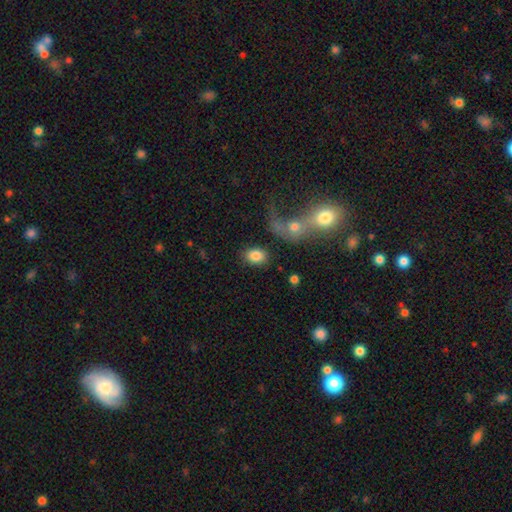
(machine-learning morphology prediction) A smooth galaxy with no disk features (83%) that is in between round and cigar-shaped (71%).

Vote fractions:
- Smooth or featured? smooth: 83% / featured or disk: 9% / star or artifact: 8%
- How rounded? in between: 71% / round: 27% / cigar-shaped: 1%
- Merging? none: 74% / minor disturbance: 10% / merger: 10% / major disturbance: 6%